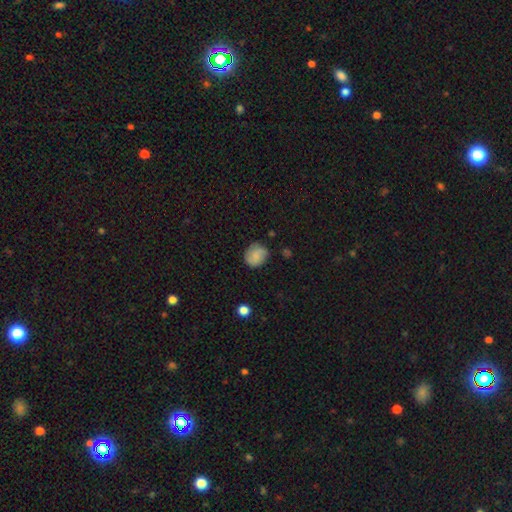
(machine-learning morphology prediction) This is likely a smooth galaxy (72%). How rounded: likely round (70%). Merging: likely none (71%).